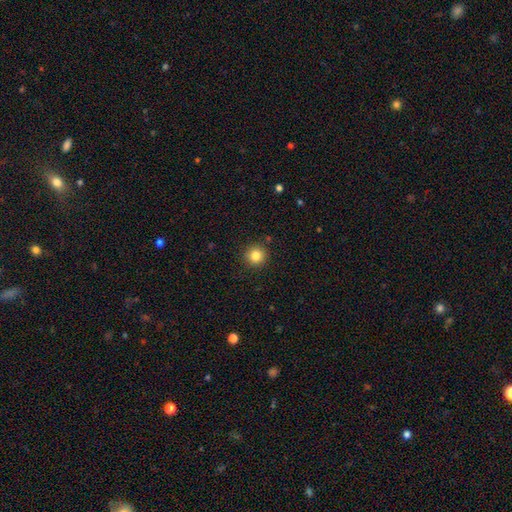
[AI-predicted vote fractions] smooth-or-featured: smooth: 83% | star or artifact: 11% | featured or disk: 6%
  how-rounded: round: 94% | in between: 5% | cigar-shaped: 1%
  merging: none: 91% | minor disturbance: 6% | major disturbance: 2% | merger: 1%